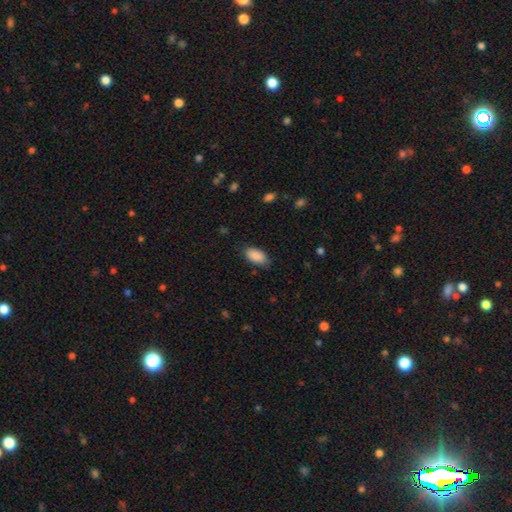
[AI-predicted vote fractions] Smooth or featured? Predicted: smooth (p=0.90). How rounded? Predicted: in between (p=0.94). Merging? Predicted: none (p=0.81).